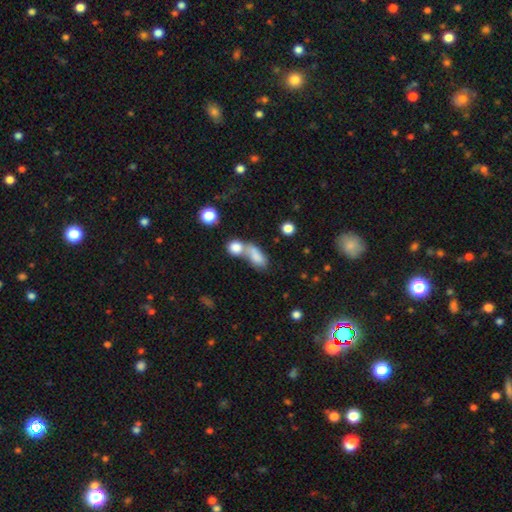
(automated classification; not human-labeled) Q: Smooth or featured?
A: smooth (80%); runner-up: featured or disk (11%)
Q: How rounded?
A: in between (76%); runner-up: cigar-shaped (12%)
Q: Merging?
A: merger (59%); runner-up: none (25%)